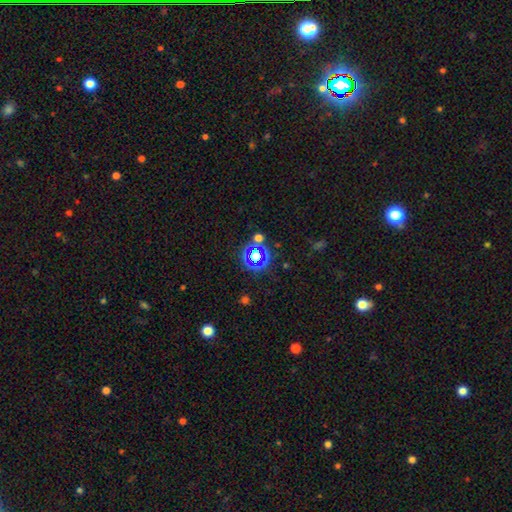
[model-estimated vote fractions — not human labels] A star or artifact, not a galaxy (59%).